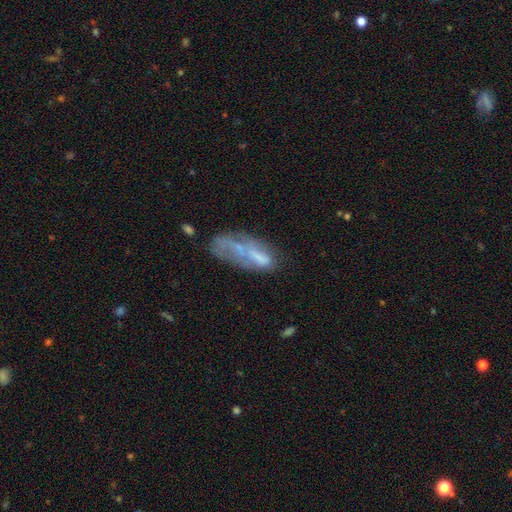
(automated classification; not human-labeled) smooth-or-featured: featured or disk: 46% | smooth: 44% | star or artifact: 10%
  merging: none: 32% | major disturbance: 29% | minor disturbance: 24% | merger: 15%